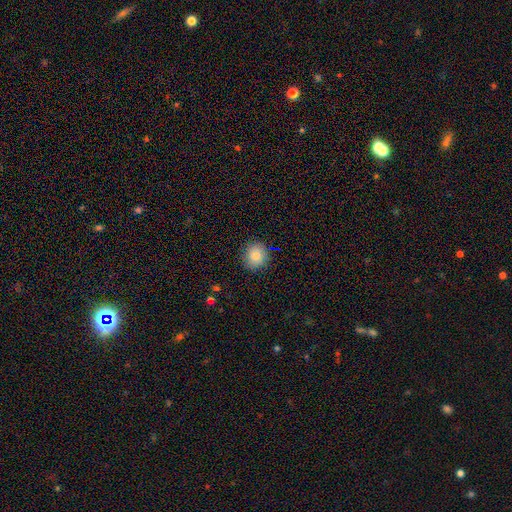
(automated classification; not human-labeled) Morphology: type=smooth (84%); roundness=round (80%); merging=none (87%).